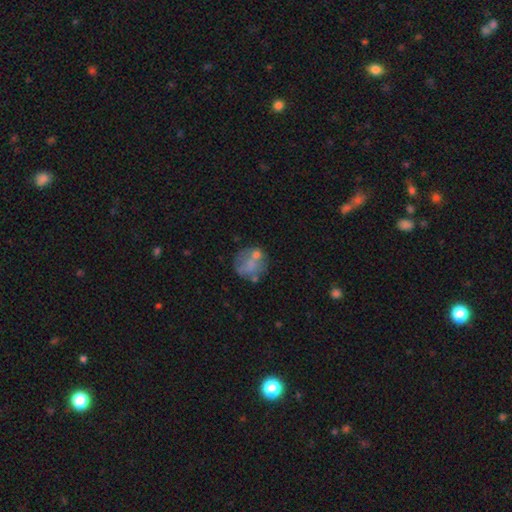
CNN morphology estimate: Smooth or featured: smooth — 53% (featured or disk — 36%)
How rounded: round — 74% (in between — 25%)
Merging: none — 47% (minor disturbance — 20%)